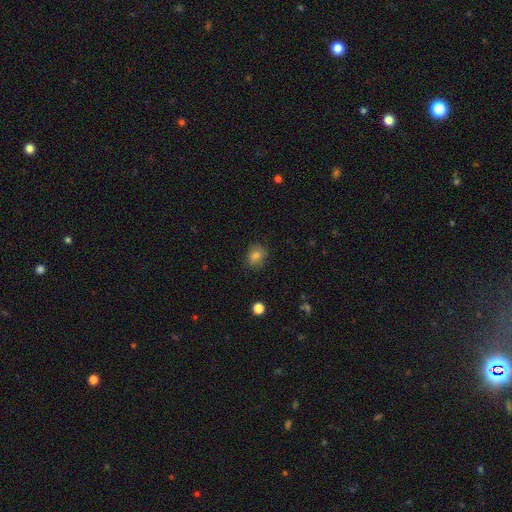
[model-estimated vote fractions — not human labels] smooth 80%, star or artifact 11%, featured or disk 9%. Down the decision tree: how rounded — round (64%); merging — none (77%).